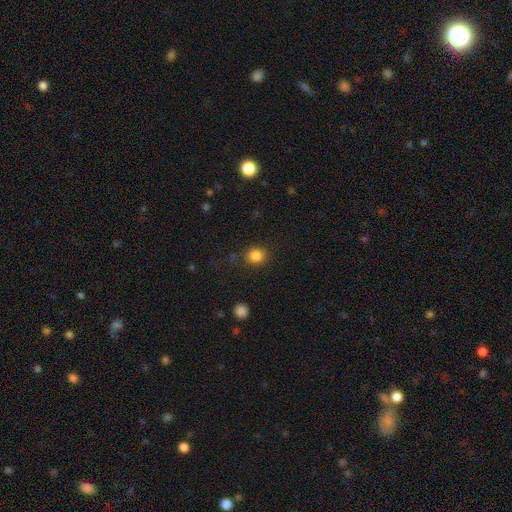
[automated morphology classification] smooth-or-featured: smooth: 85% | star or artifact: 11% | featured or disk: 4%
  how-rounded: round: 81% | in between: 18% | cigar-shaped: 1%
  merging: none: 85% | minor disturbance: 10% | major disturbance: 4% | merger: 2%